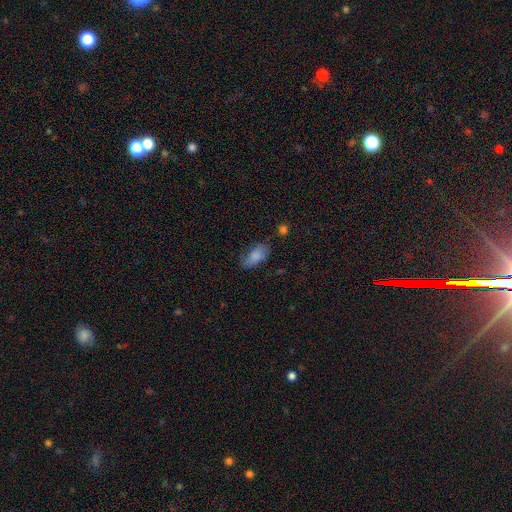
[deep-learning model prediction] Smooth or featured? Predicted: smooth (p=0.82). How rounded? Predicted: in between (p=0.92). Merging? Predicted: none (p=0.64).